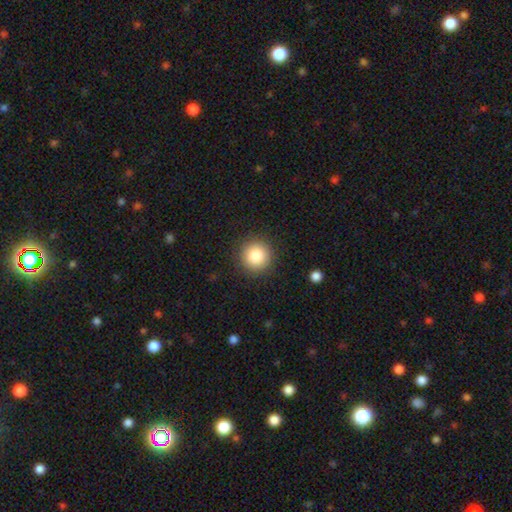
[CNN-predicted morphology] A smooth galaxy with no disk features (84%) that is round (95%). Merging: none (91%).